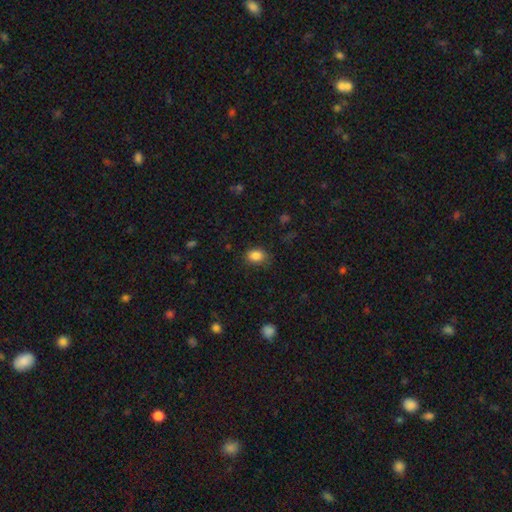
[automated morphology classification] Smooth or featured?
  - smooth: 85% *
  - star or artifact: 10%
  - featured or disk: 5%
How rounded?
  - in between: 67% *
  - round: 31%
  - cigar-shaped: 1%
Merging?
  - none: 77% *
  - minor disturbance: 18%
  - major disturbance: 5%
  - merger: 1%